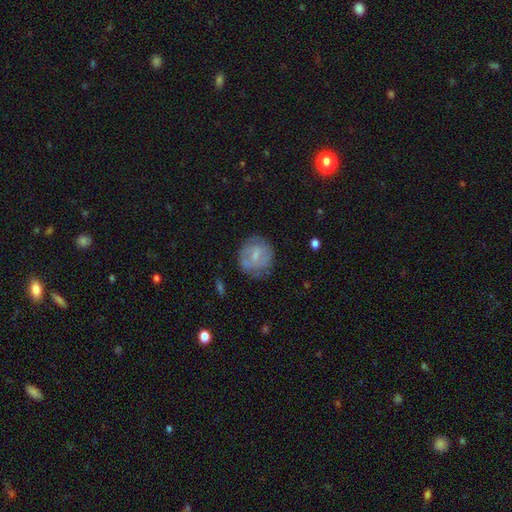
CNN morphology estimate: type=smooth (53%); roundness=round (80%); merging=none (68%).